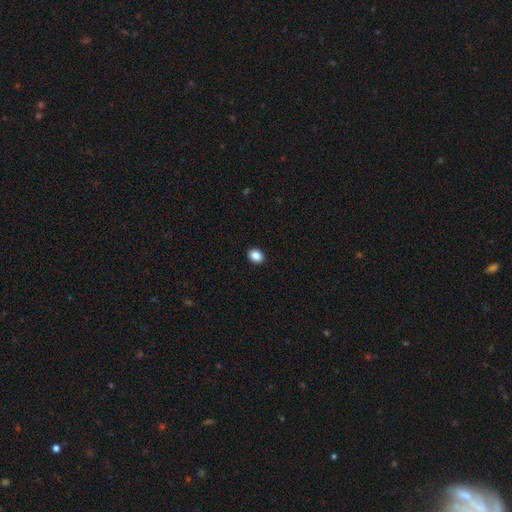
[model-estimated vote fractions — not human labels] Q: Smooth or featured?
A: smooth (88%); runner-up: star or artifact (9%)
Q: How rounded?
A: in between (52%); runner-up: round (47%)
Q: Merging?
A: none (92%); runner-up: minor disturbance (5%)